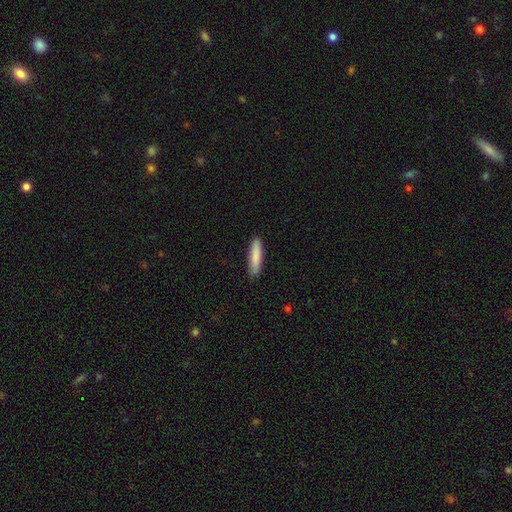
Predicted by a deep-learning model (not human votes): The model was most divided on "how rounded": cigar-shaped: 80%, in between: 19%, round: 1%. More confident: merging — none (88%); smooth or featured — smooth (86%).